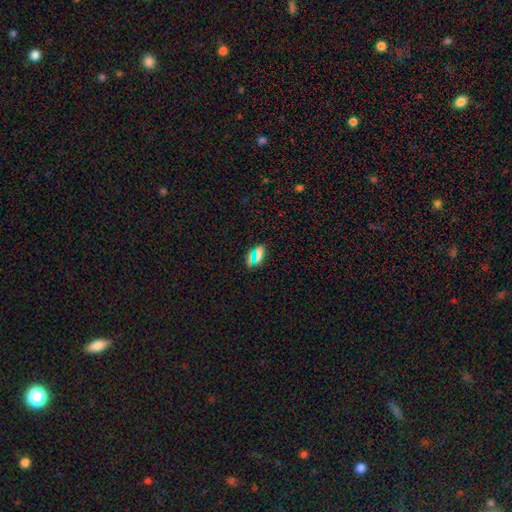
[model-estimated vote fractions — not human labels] Smooth or featured?
  - smooth: 65% *
  - star or artifact: 25%
  - featured or disk: 11%
How rounded?
  - in between: 71% *
  - round: 15%
  - cigar-shaped: 14%
Merging?
  - none: 80% *
  - minor disturbance: 11%
  - major disturbance: 5%
  - merger: 4%